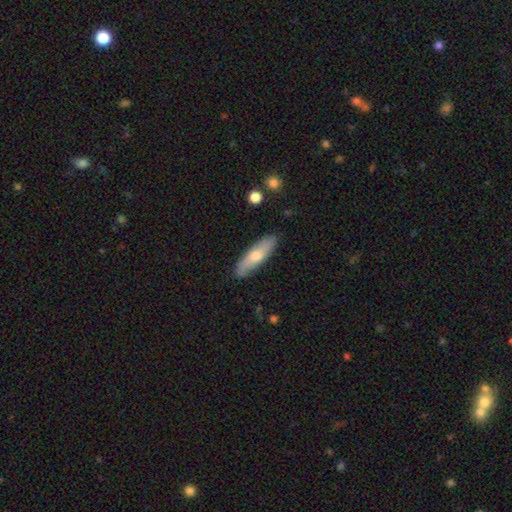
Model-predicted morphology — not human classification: Smooth or featured? smooth (59%)
How rounded? cigar-shaped (59%)
Merging? none (88%)